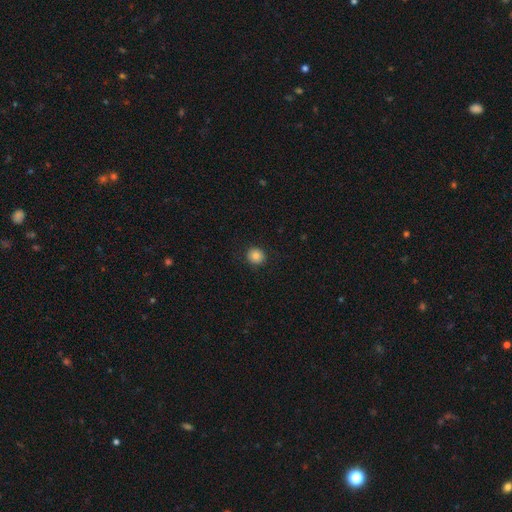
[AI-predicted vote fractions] Smooth or featured? Predicted: smooth (p=0.83). How rounded? Predicted: round (p=0.89). Merging? Predicted: none (p=0.90).